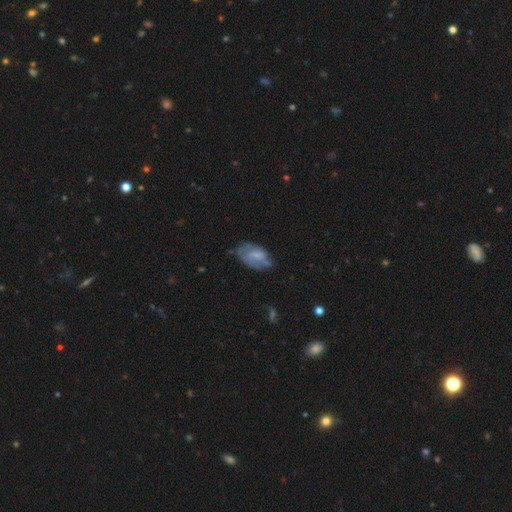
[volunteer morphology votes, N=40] type=smooth (52%); roundness=in between (95%); merging=none (55%).